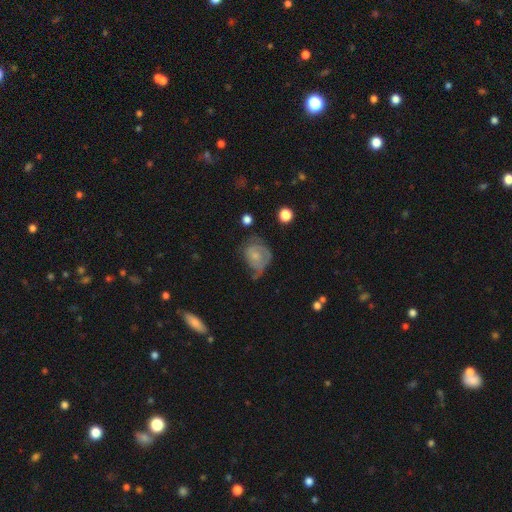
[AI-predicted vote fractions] featured or disk 51%, smooth 41%, star or artifact 8%. Down the decision tree: edge-on disk — no (97%); merging — minor disturbance (33%).